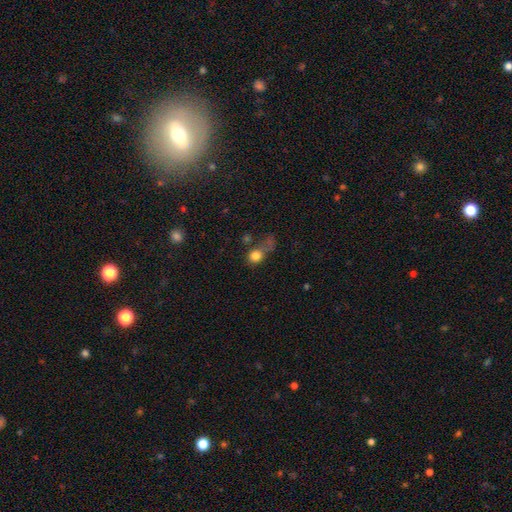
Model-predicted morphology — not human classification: Smooth or featured? Predicted: smooth (p=0.77). How rounded? Predicted: round (p=0.70). Merging? Predicted: none (p=0.35).